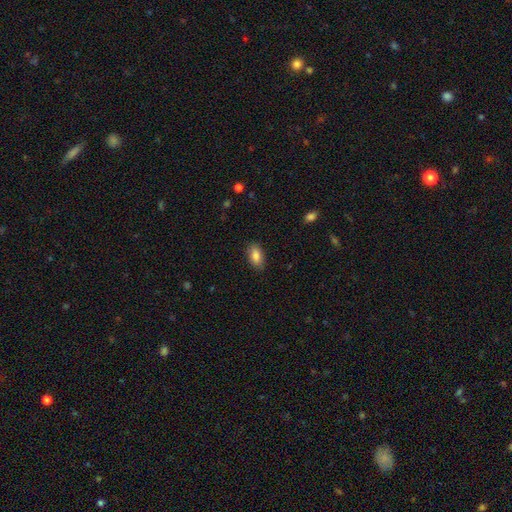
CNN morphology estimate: This is clearly a smooth galaxy (86%). How rounded: clearly in between (90%). Merging: clearly none (86%).